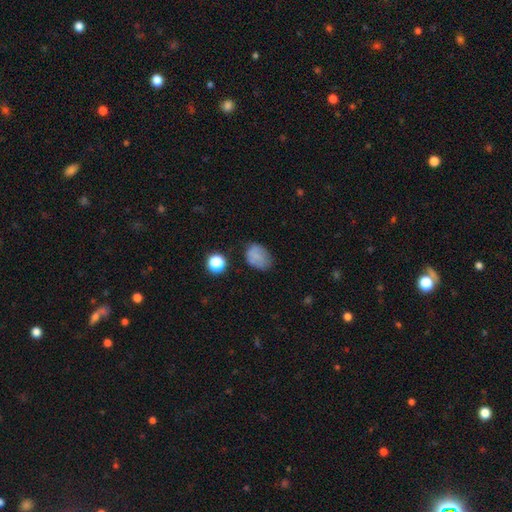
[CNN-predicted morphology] Smooth or featured? smooth (75%)
How rounded? in between (67%)
Merging? none (65%)